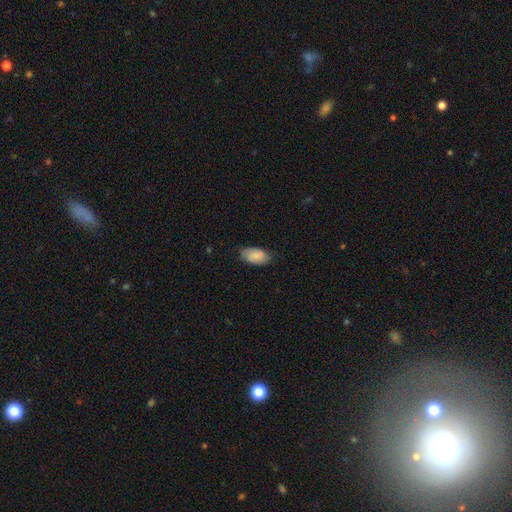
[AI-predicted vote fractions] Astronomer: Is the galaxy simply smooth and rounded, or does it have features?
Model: smooth — 78%.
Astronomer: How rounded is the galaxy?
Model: in between — 94%.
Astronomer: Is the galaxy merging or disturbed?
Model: none — 75%.